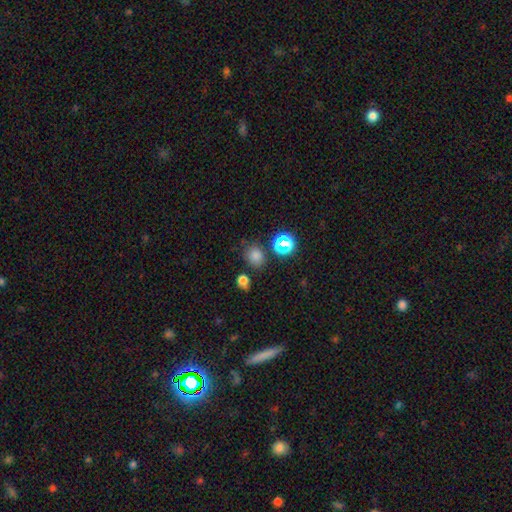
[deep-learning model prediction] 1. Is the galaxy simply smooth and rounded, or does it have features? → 73% smooth, 21% star or artifact, 6% featured or disk.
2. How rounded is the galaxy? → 64% round, 35% in between, 1% cigar-shaped.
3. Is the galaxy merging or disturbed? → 75% none, 14% minor disturbance, 7% merger, 4% major disturbance.